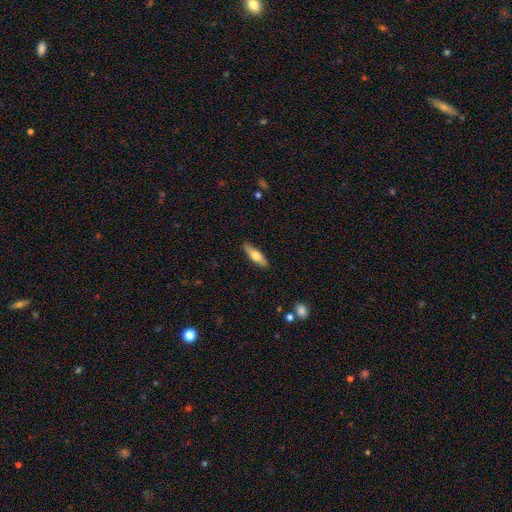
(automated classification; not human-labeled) smooth_or_featured: smooth (p=0.57) [alt: featured or disk p=0.38]
how_rounded: cigar-shaped (p=0.63) [alt: in between p=0.35]
merging: none (p=0.88) [alt: minor disturbance p=0.09]